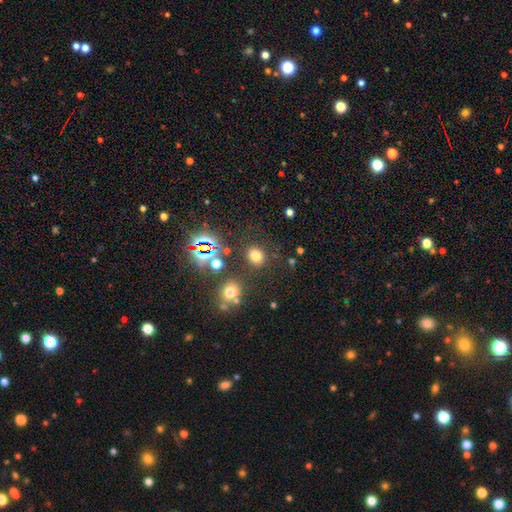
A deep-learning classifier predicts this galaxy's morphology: A smooth galaxy with no disk features (70%) that is round (67%).

Vote fractions:
- Smooth or featured? smooth: 70% / star or artifact: 23% / featured or disk: 7%
- How rounded? round: 67% / in between: 32% / cigar-shaped: 1%
- Merging? none: 81% / minor disturbance: 9% / merger: 5% / major disturbance: 5%